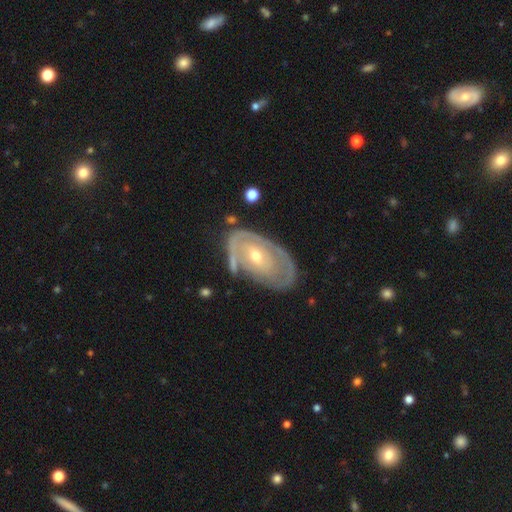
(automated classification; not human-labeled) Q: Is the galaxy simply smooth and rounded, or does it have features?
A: featured or disk — 77%.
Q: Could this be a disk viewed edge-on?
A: no — 93%.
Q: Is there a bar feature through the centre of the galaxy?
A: no — 69%.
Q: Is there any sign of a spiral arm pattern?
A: yes — 70%.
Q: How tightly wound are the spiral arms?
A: tight — 70%.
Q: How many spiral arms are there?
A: can't tell — 43%.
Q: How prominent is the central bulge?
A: small — 52%.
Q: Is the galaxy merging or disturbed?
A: none — 58%.